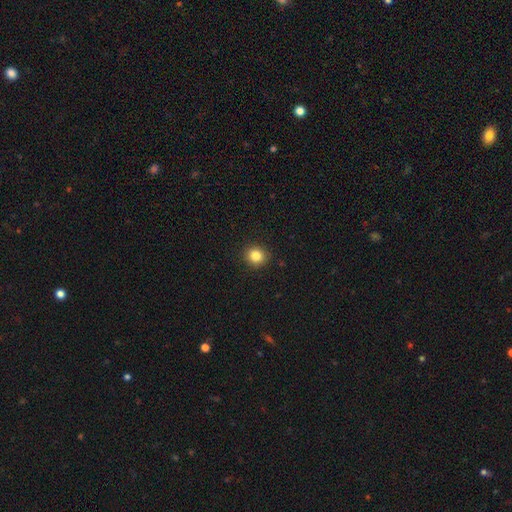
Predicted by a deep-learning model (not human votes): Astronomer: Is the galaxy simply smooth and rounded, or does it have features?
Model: smooth — 84%.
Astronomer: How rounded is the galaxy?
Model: round — 88%.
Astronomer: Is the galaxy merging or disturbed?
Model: none — 91%.